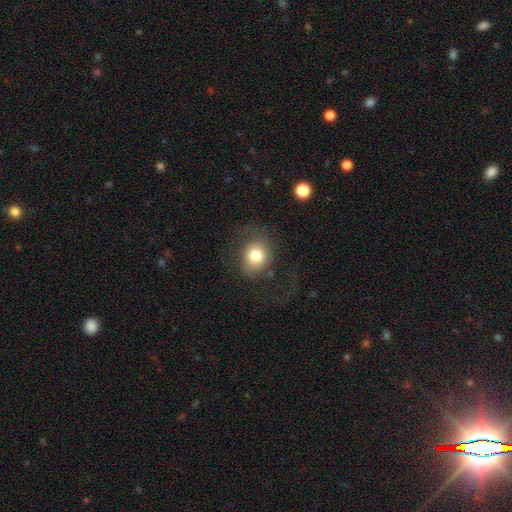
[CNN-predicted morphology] smooth_or_featured: smooth (p=0.76) [alt: featured or disk p=0.14]
how_rounded: round (p=0.62) [alt: in between p=0.37]
merging: none (p=0.59) [alt: major disturbance p=0.21]